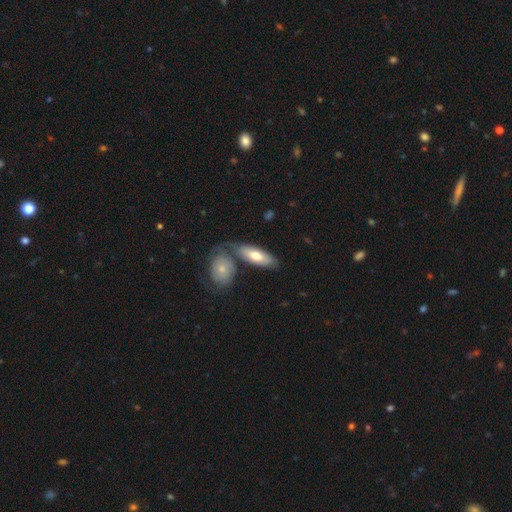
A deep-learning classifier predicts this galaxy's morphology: type=smooth (67%); roundness=in between (72%); merging=none (57%).